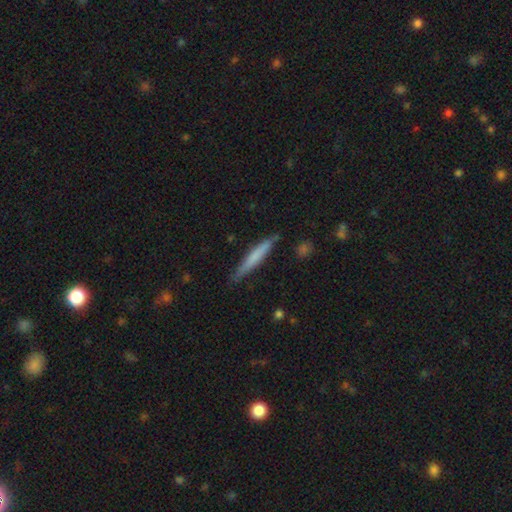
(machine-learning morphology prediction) The model was most divided on "smooth or featured": smooth: 61%, featured or disk: 33%, star or artifact: 6%. More confident: how rounded — cigar-shaped (95%); merging — none (83%).